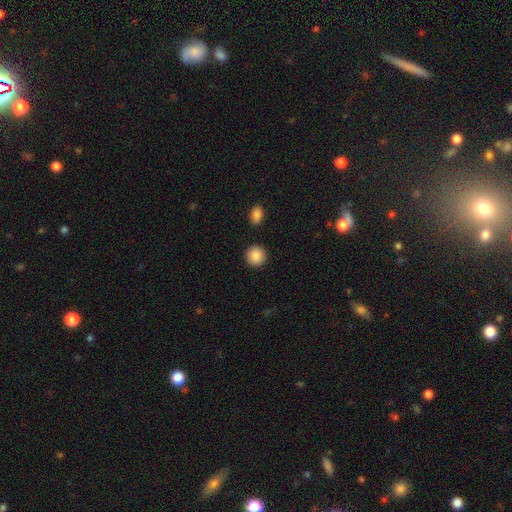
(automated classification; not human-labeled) A smooth galaxy with no disk features (88%) that is round (93%).

Vote fractions:
- Smooth or featured? smooth: 88% / star or artifact: 8% / featured or disk: 4%
- How rounded? round: 93% / in between: 6% / cigar-shaped: 1%
- Merging? none: 91% / minor disturbance: 5% / merger: 2% / major disturbance: 2%